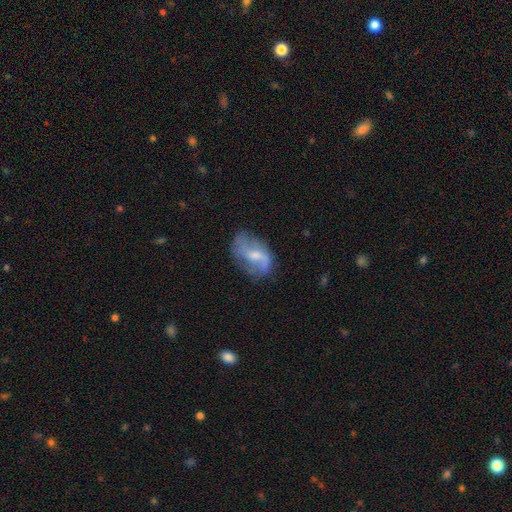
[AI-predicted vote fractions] featured or disk 67%, smooth 25%, star or artifact 7%. Down the decision tree: edge-on disk — no (96%); bar — weak (50%); spiral arms — yes (83%); spiral arm count — 2 (73%); spiral winding — loose (64%); bulge size — moderate (44%); merging — none (58%).